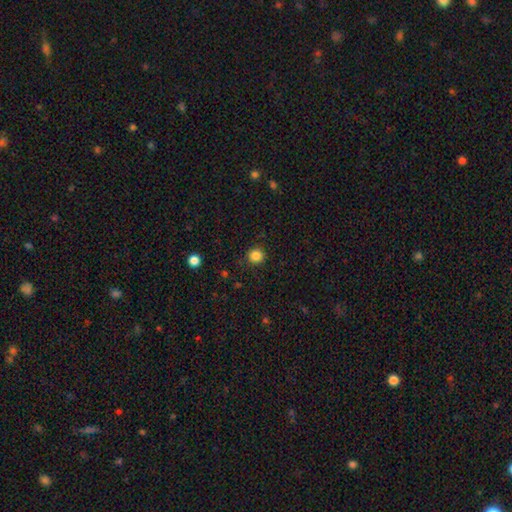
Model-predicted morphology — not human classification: The model was most divided on "smooth or featured": smooth: 85%, star or artifact: 12%, featured or disk: 4%. More confident: how rounded — round (92%); merging — none (89%).